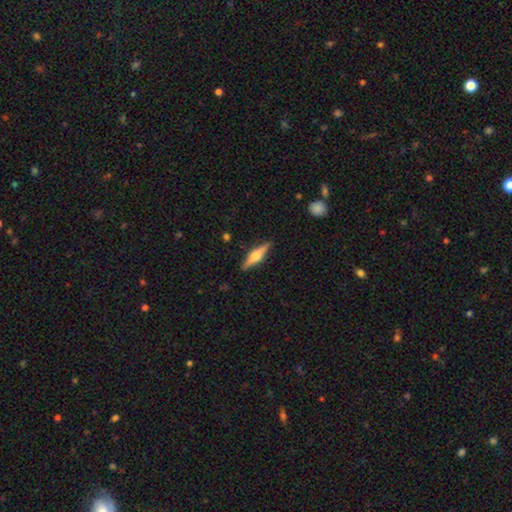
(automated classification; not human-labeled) Smooth or featured? Predicted: featured or disk (p=0.63). Edge-on disk? Predicted: yes (p=0.97). Edge-on bulge? Predicted: rounded (p=0.87). Merging? Predicted: none (p=0.89).